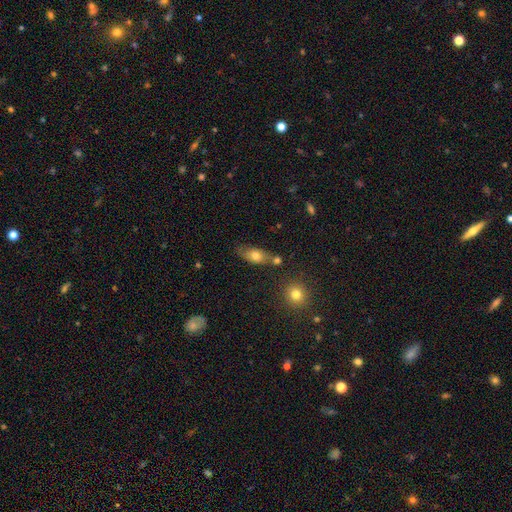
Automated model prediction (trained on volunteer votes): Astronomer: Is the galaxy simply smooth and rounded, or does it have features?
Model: smooth — 70%.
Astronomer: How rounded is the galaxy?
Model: in between — 78%.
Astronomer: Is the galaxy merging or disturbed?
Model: none — 58%.